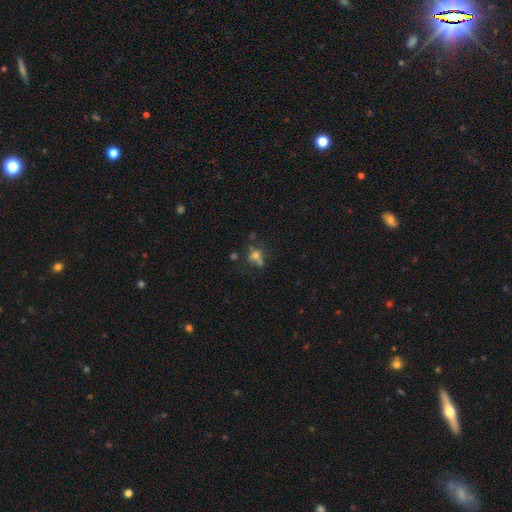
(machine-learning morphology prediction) This appears to be a smooth galaxy with no disk features (56%) that is round (59%). Merging: none (47%).